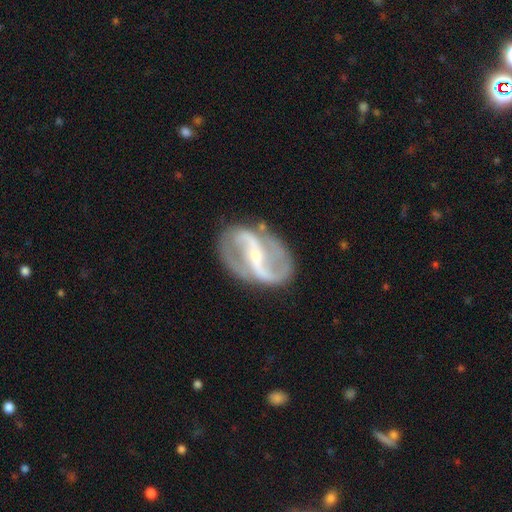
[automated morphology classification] Overall: featured or disk (90%). Edge-on disk: no (97%). Bar: strong (61%; weak 25%). Spiral arms: yes (94%). Spiral arm count: 2 (93%). Spiral winding: loose (45%; medium 41%). Bulge size: small (73%). Merging: none (79%).